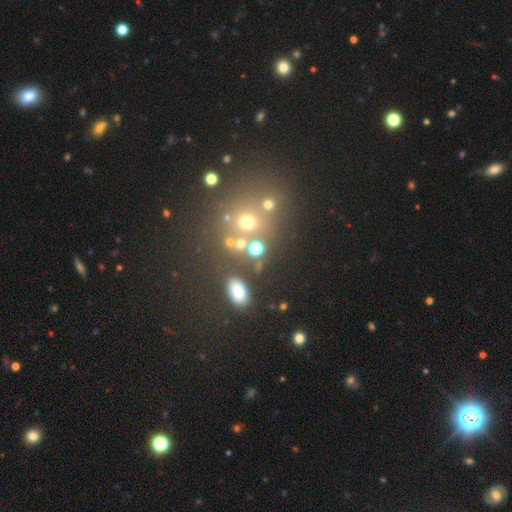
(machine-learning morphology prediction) type=star or artifact (58%).